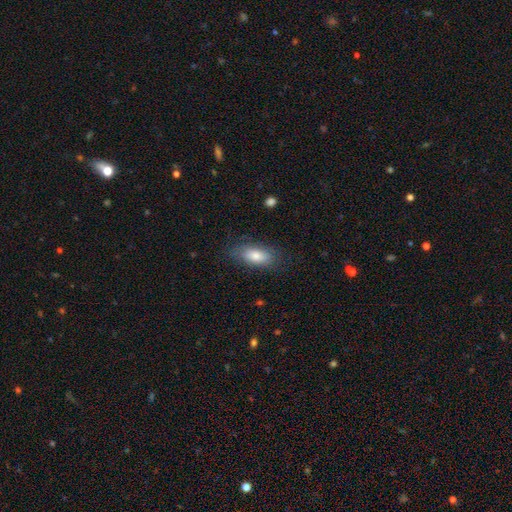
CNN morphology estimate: Q: Smooth or featured?
A: smooth (78%); runner-up: featured or disk (15%)
Q: How rounded?
A: in between (78%); runner-up: cigar-shaped (19%)
Q: Merging?
A: none (78%); runner-up: minor disturbance (16%)